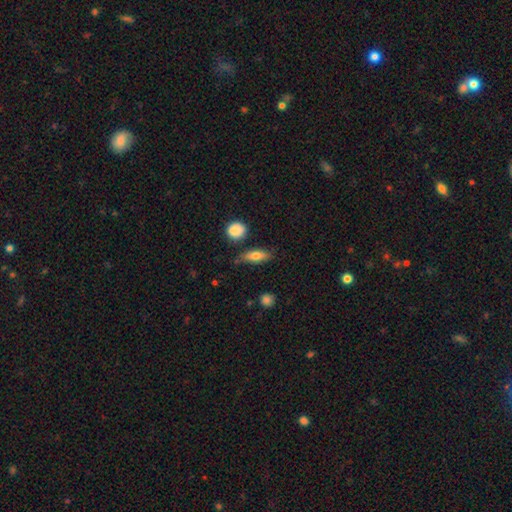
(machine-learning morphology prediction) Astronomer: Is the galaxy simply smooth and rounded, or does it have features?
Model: smooth — 69%.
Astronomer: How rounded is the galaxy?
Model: in between — 56% (runner-up: cigar-shaped, 38%).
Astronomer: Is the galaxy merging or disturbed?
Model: none — 75%.